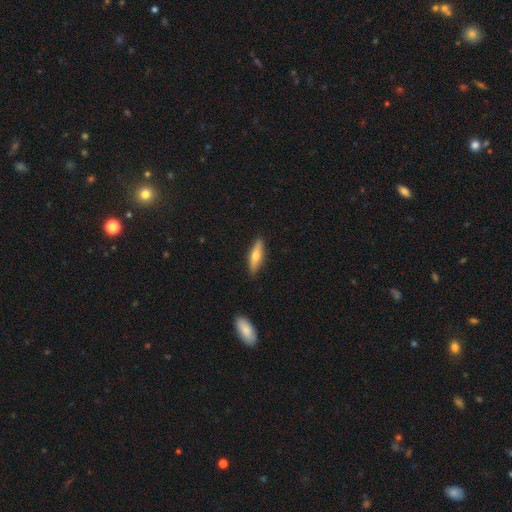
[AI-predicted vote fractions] Overall: smooth (53%; featured or disk 41%). How rounded: cigar-shaped (67%; in between 30%). Merging: none (88%).